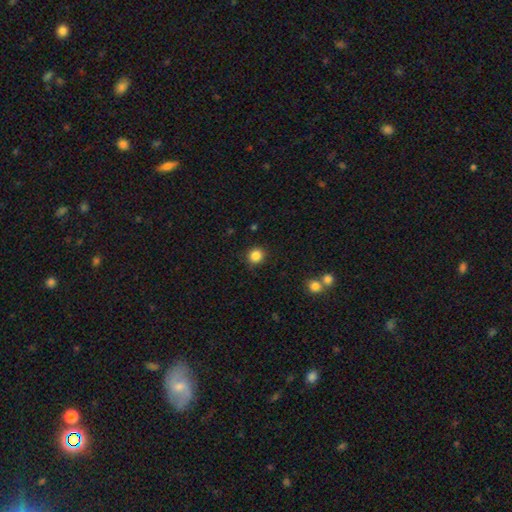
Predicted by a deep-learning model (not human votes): smooth 85%, star or artifact 11%, featured or disk 4%. Down the decision tree: how rounded — round (91%); merging — none (90%).